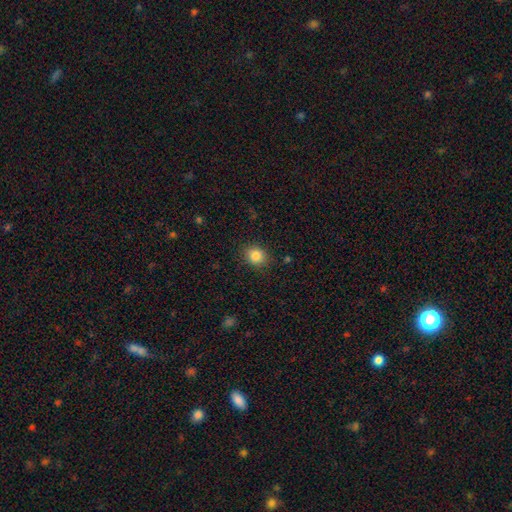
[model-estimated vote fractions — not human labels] Smooth or featured? Predicted: smooth (p=0.84). How rounded? Predicted: round (p=0.73). Merging? Predicted: none (p=0.88).